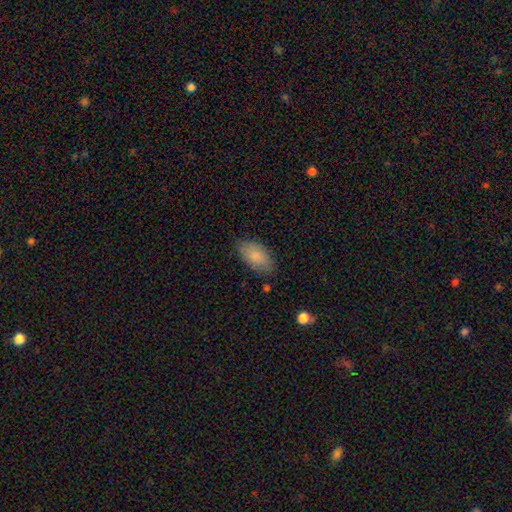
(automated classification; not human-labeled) Smooth or featured?
  - smooth: 86% *
  - featured or disk: 7%
  - star or artifact: 6%
How rounded?
  - in between: 93% *
  - cigar-shaped: 4%
  - round: 3%
Merging?
  - none: 80% *
  - minor disturbance: 15%
  - major disturbance: 3%
  - merger: 1%